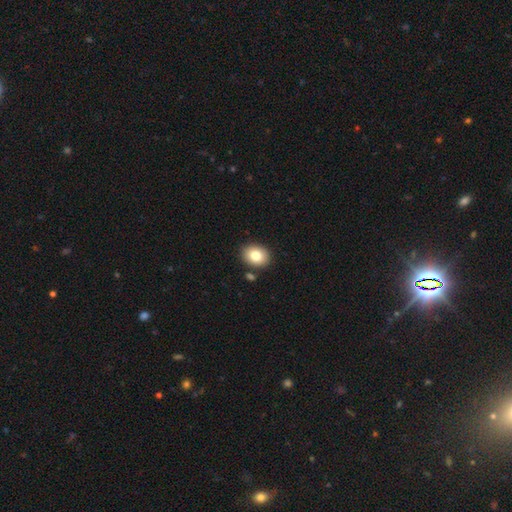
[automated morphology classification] This is clearly a smooth galaxy (81%). How rounded: possibly in between (53%). Merging: clearly none (85%).